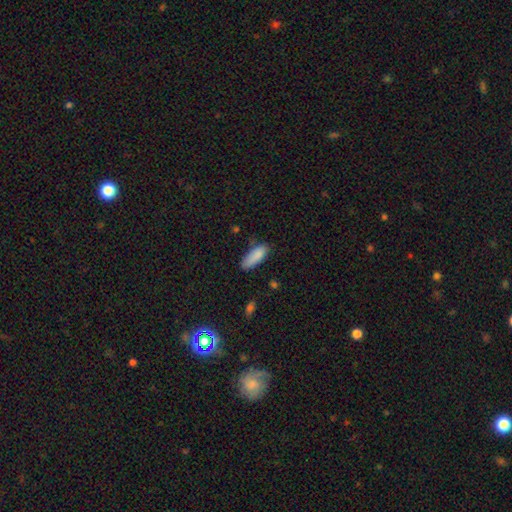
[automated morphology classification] Q: Smooth or featured?
A: smooth (88%); runner-up: star or artifact (7%)
Q: How rounded?
A: in between (65%); runner-up: cigar-shaped (33%)
Q: Merging?
A: none (71%); runner-up: minor disturbance (23%)